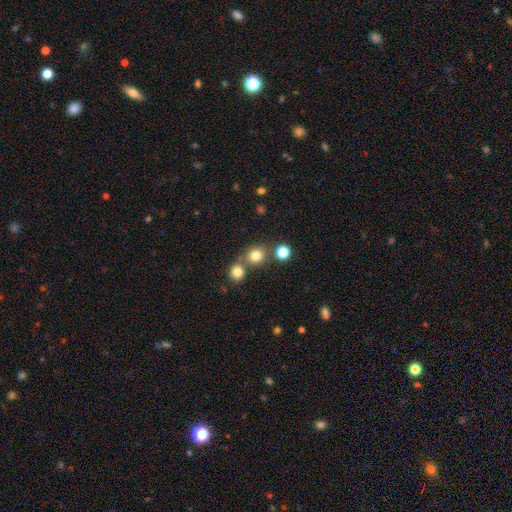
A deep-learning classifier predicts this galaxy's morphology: Smooth or featured: smooth — 78% (star or artifact — 14%)
How rounded: round — 82% (in between — 17%)
Merging: none — 61% (merger — 28%)